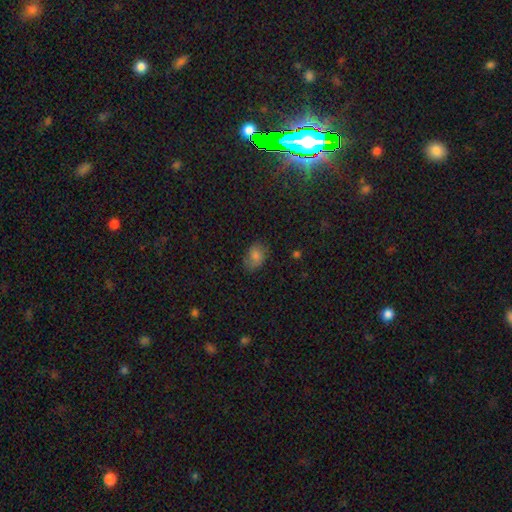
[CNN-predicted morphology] Smooth or featured? Predicted: smooth (p=0.72). How rounded? Predicted: in between (p=0.75). Merging? Predicted: none (p=0.69).